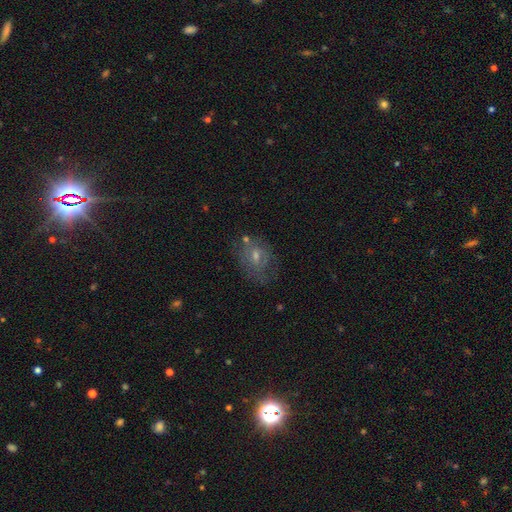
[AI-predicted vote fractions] This is marginally a featured or disk galaxy (42%). Merging: likely none (61%).